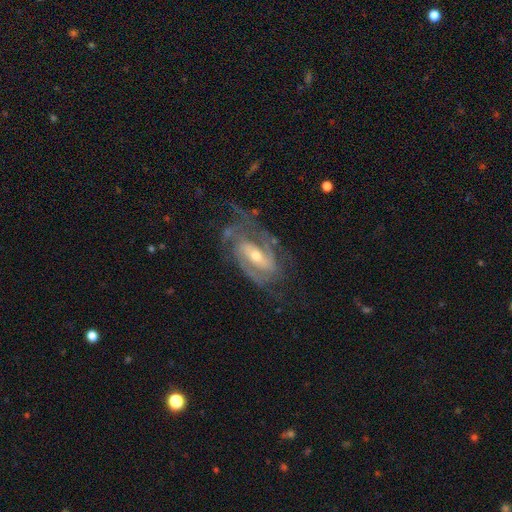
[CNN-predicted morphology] Q: Smooth or featured?
A: featured or disk (87%); runner-up: smooth (7%)
Q: Edge-on disk?
A: no (95%); runner-up: yes (5%)
Q: Bar?
A: weak (40%); runner-up: strong (38%)
Q: Spiral arms?
A: yes (94%); runner-up: no (6%)
Q: Spiral winding?
A: tight (43%); tied with: medium (43%)
Q: Spiral arm count?
A: 2 (60%); runner-up: can't tell (17%)
Q: Bulge size?
A: small (49%); runner-up: moderate (47%)
Q: Merging?
A: none (59%); runner-up: minor disturbance (21%)